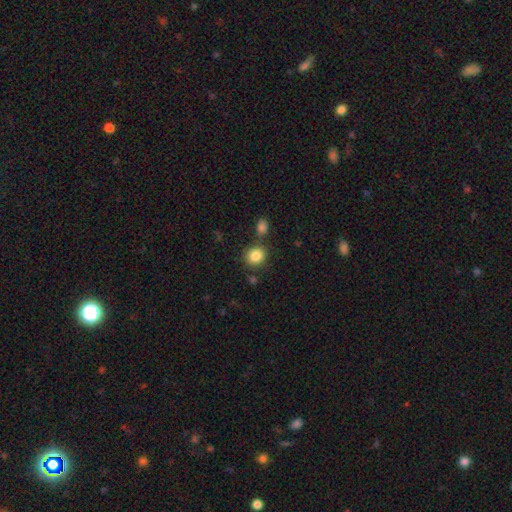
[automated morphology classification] Q: Smooth or featured?
A: smooth (85%); runner-up: star or artifact (10%)
Q: How rounded?
A: round (77%); runner-up: in between (22%)
Q: Merging?
A: none (76%); runner-up: merger (11%)